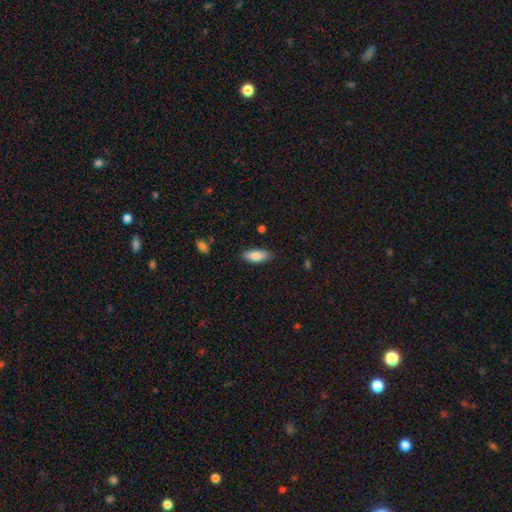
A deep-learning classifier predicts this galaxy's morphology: smooth_or_featured: smooth (p=0.84) [alt: featured or disk p=0.10]
how_rounded: in between (p=0.74) [alt: cigar-shaped p=0.24]
merging: none (p=0.84) [alt: minor disturbance p=0.12]